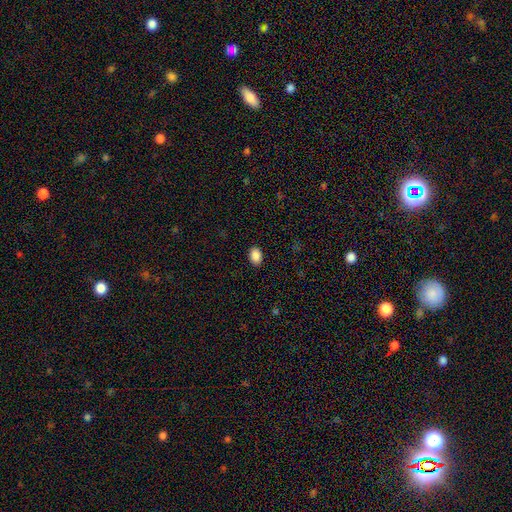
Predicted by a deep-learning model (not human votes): smooth 89%, star or artifact 8%, featured or disk 3%. Down the decision tree: how rounded — in between (84%); merging — none (90%).